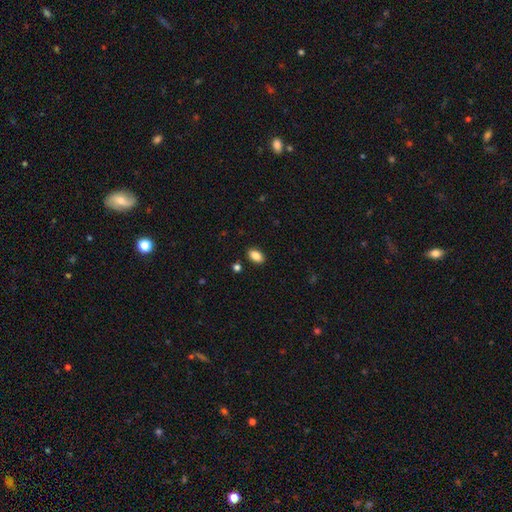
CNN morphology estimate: Smooth or featured? smooth (86%)
How rounded? in between (91%)
Merging? none (88%)